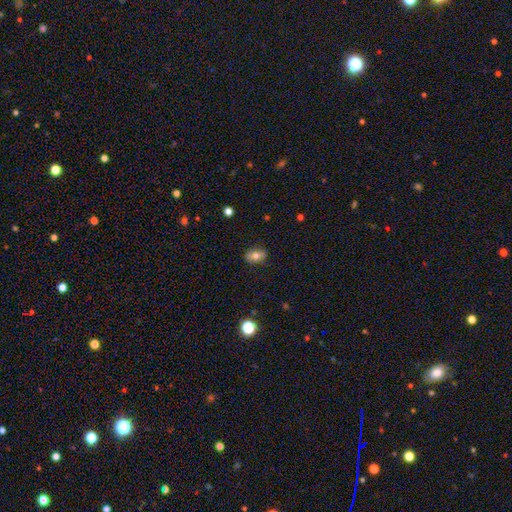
This is likely a smooth galaxy (67%). How rounded: clearly in between (81%). Merging: clearly none (91%).